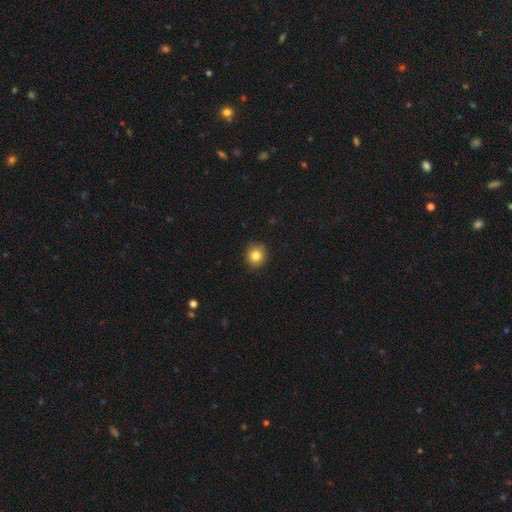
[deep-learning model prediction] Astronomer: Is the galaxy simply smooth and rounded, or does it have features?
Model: smooth — 83%.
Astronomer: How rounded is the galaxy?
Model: round — 90%.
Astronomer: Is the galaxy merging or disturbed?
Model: none — 87%.